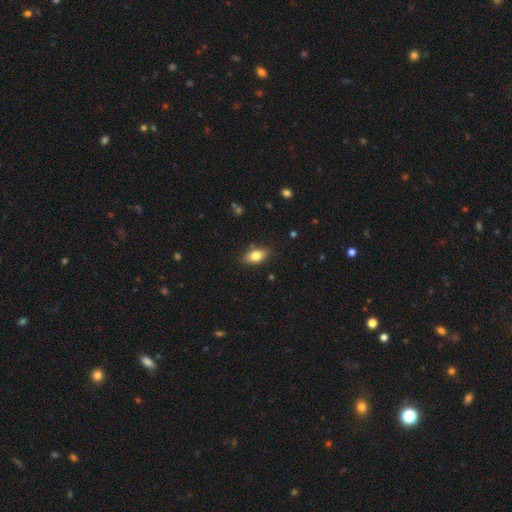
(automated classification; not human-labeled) smooth 79%, featured or disk 13%, star or artifact 8%. Down the decision tree: how rounded — in between (86%); merging — none (82%).